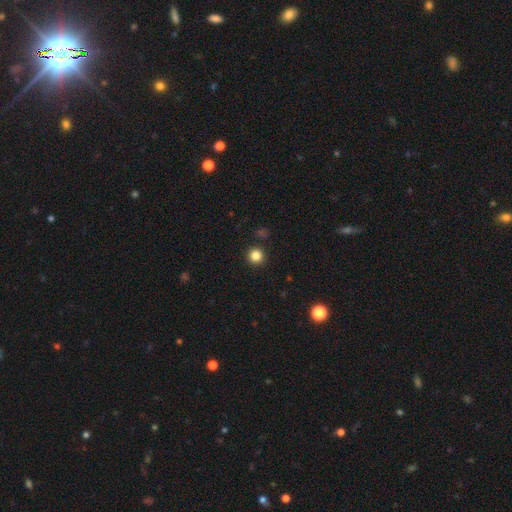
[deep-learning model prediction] This appears to be a smooth galaxy with no disk features (84%) that is round (95%). Merging: none (92%).